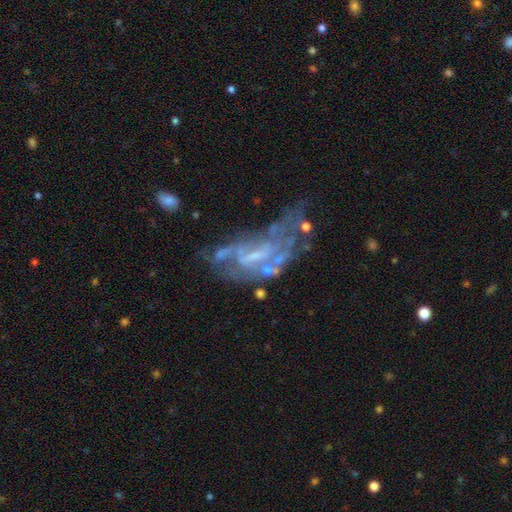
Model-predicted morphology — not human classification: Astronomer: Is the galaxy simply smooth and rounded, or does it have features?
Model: featured or disk — 74%.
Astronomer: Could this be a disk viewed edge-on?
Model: no — 93%.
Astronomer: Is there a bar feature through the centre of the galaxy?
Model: no — 44% (runner-up: weak, 39%).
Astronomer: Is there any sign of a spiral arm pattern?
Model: no — 51% (runner-up: yes, 49%).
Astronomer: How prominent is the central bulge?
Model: small — 43% (runner-up: none, 34%).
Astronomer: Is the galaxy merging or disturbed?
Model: major disturbance — 34% (runner-up: none, 31%).